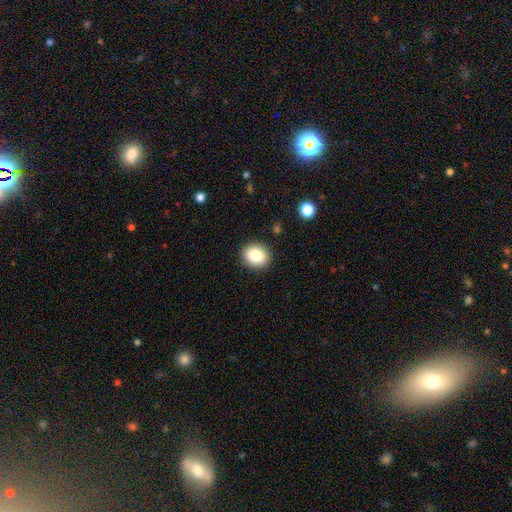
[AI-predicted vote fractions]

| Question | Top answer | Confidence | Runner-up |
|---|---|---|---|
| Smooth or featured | smooth | 84% | star or artifact (9%) |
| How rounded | round | 62% | in between (37%) |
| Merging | none | 90% | minor disturbance (7%) |